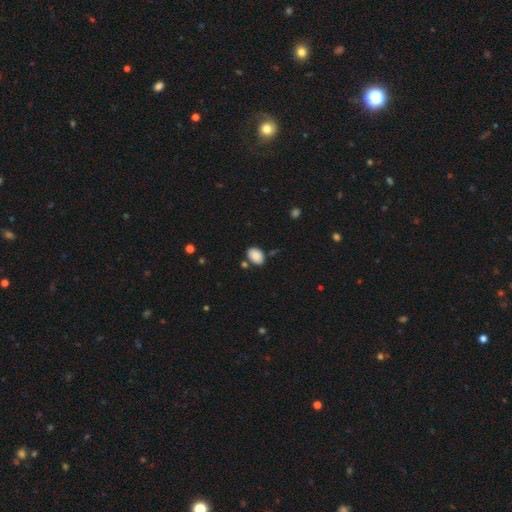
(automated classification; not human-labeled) Q: Smooth or featured?
A: smooth (86%); runner-up: star or artifact (8%)
Q: How rounded?
A: in between (84%); runner-up: round (15%)
Q: Merging?
A: none (77%); runner-up: minor disturbance (13%)